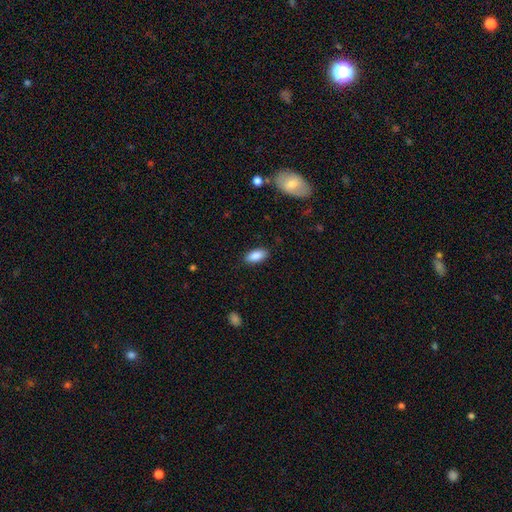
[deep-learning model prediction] A smooth galaxy with no disk features (88%) that is in between round and cigar-shaped (89%). Merging: none (87%).